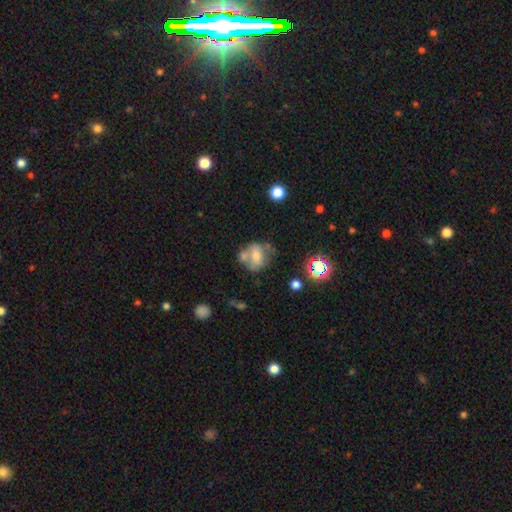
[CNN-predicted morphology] This appears to be a smooth galaxy with no disk features (57%) that is round (62%). Merging: none (40%).